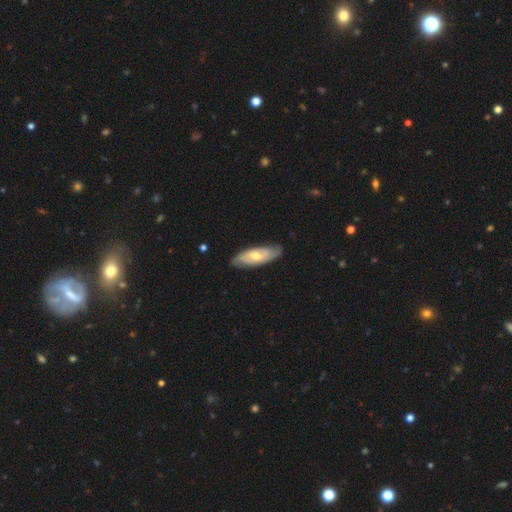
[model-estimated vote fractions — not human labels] Smooth or featured?
  - featured or disk: 48% *
  - smooth: 46%
  - star or artifact: 6%
Merging?
  - none: 82% *
  - minor disturbance: 14%
  - major disturbance: 2%
  - merger: 1%